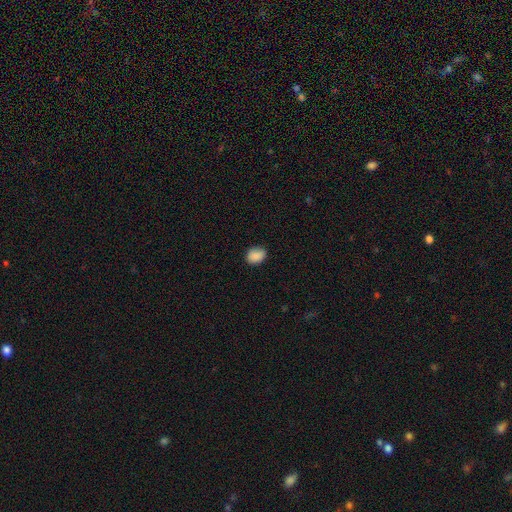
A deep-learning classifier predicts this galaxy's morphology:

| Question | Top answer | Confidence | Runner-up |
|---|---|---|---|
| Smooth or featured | smooth | 89% | star or artifact (8%) |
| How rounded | in between | 61% | round (38%) |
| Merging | none | 84% | minor disturbance (13%) |